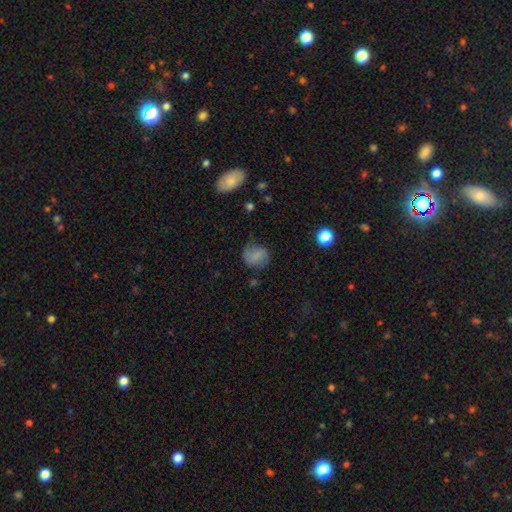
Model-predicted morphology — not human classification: Q: Smooth or featured?
A: smooth (70%); runner-up: featured or disk (19%)
Q: How rounded?
A: round (71%); runner-up: in between (28%)
Q: Merging?
A: none (56%); runner-up: minor disturbance (27%)